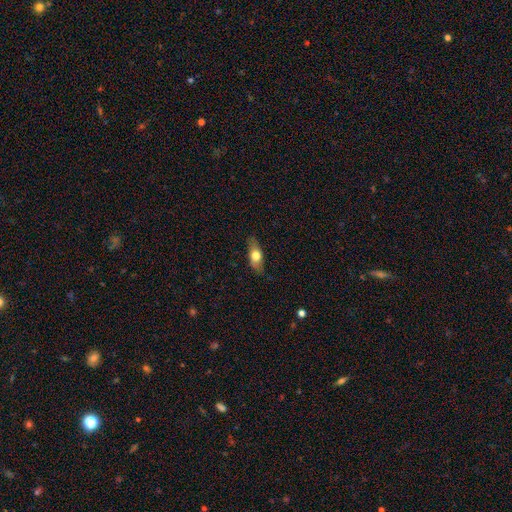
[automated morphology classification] smooth_or_featured: smooth (p=0.63) [alt: featured or disk p=0.30]
how_rounded: in between (p=0.71) [alt: cigar-shaped p=0.23]
merging: none (p=0.80) [alt: minor disturbance p=0.16]